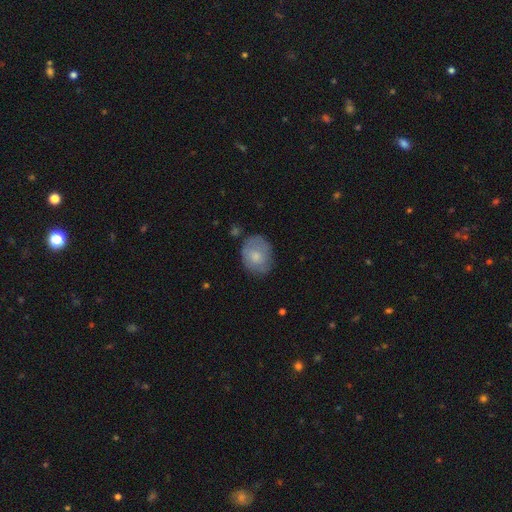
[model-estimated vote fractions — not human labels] Overall: smooth (71%). How rounded: in between (57%; round 42%). Merging: none (65%).